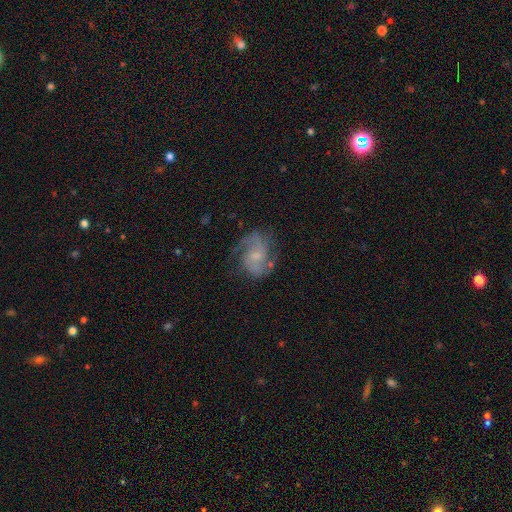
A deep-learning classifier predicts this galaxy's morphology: smooth_or_featured: featured or disk (p=0.83) [alt: smooth p=0.10]
disk_edge_on: no (p=0.98) [alt: yes p=0.02]
bar: no (p=0.46) [alt: weak p=0.45]
has_spiral_arms: yes (p=0.96) [alt: no p=0.04]
spiral_winding: medium (p=0.55) [alt: loose p=0.25]
spiral_arm_count: 2 (p=0.87) [alt: can't tell p=0.05]
bulge_size: small (p=0.51) [alt: moderate p=0.28]
merging: none (p=0.71) [alt: minor disturbance p=0.18]